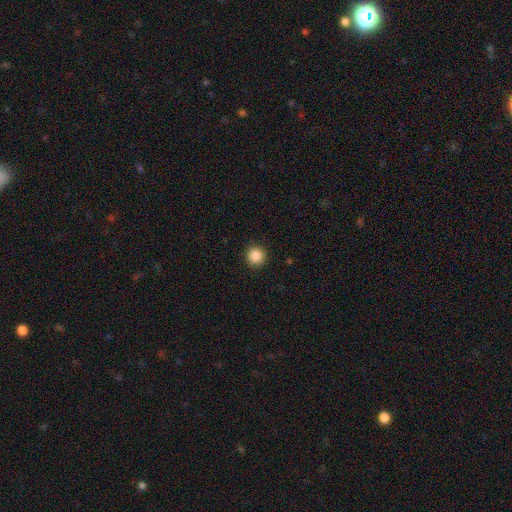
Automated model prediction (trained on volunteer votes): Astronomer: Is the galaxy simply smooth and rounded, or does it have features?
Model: smooth — 87%.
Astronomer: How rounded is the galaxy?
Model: round — 95%.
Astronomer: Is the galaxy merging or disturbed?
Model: none — 92%.